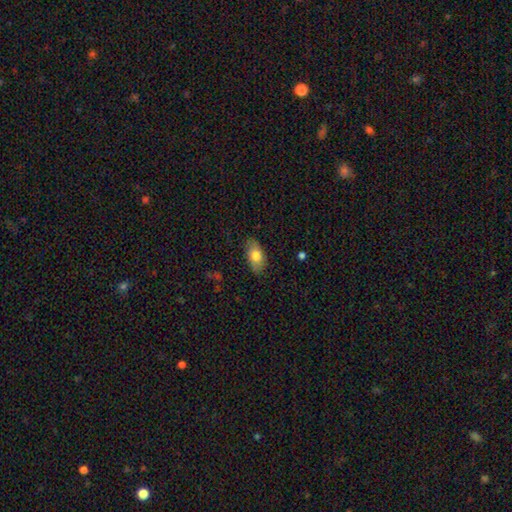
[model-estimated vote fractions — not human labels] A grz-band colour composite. It shows a smooth galaxy with no disk features (77%) that is in between round and cigar-shaped (91%). Merging: none (82%).